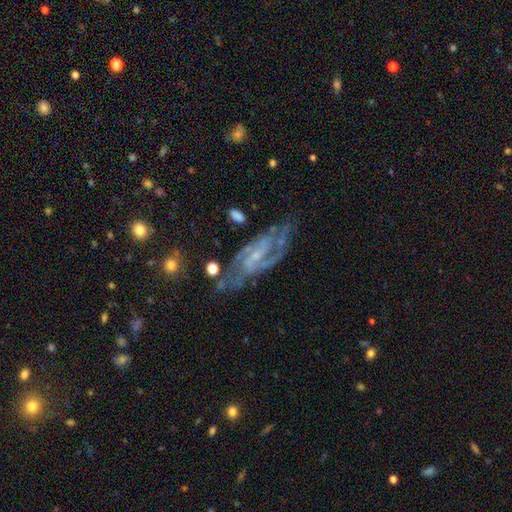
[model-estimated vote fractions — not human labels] Smooth or featured? featured or disk (87%)
Edge-on disk? no (93%)
Bar? weak (48%)
Spiral arms? yes (96%)
Spiral winding? medium (55%)
Spiral arm count? 2 (78%)
Bulge size? small (71%)
Merging? none (66%)